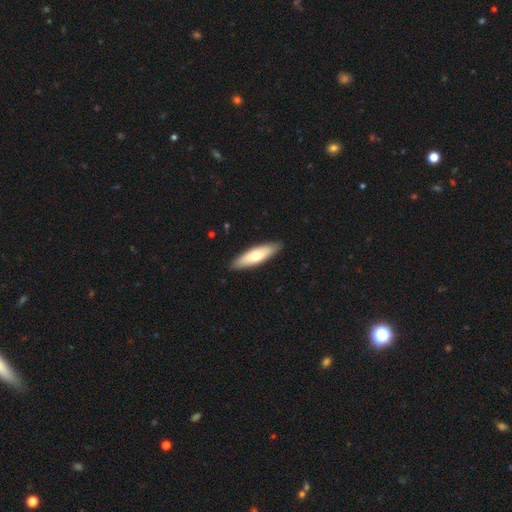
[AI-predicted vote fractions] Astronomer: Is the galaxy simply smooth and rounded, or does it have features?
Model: smooth — 64%.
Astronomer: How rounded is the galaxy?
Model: cigar-shaped — 59% (runner-up: in between, 39%).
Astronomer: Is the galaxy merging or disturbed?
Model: none — 89%.